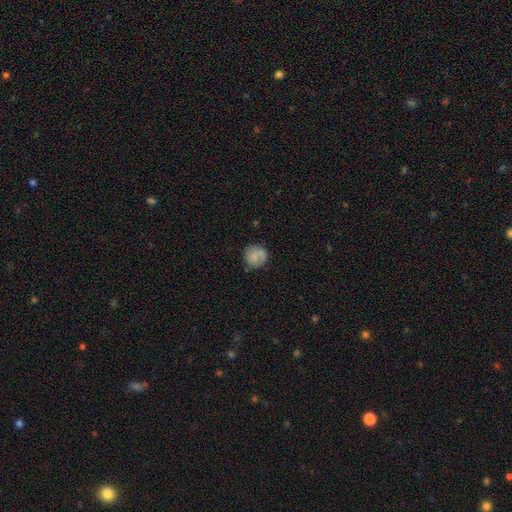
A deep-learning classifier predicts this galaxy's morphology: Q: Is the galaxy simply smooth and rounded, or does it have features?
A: smooth — 72%.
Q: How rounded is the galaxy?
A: round — 88%.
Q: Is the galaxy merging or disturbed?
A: none — 68%.